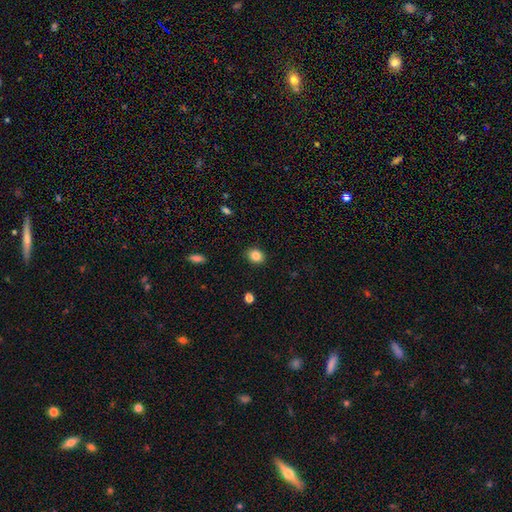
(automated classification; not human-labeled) Overall: smooth (84%). How rounded: round (59%; in between 40%). Merging: none (89%).